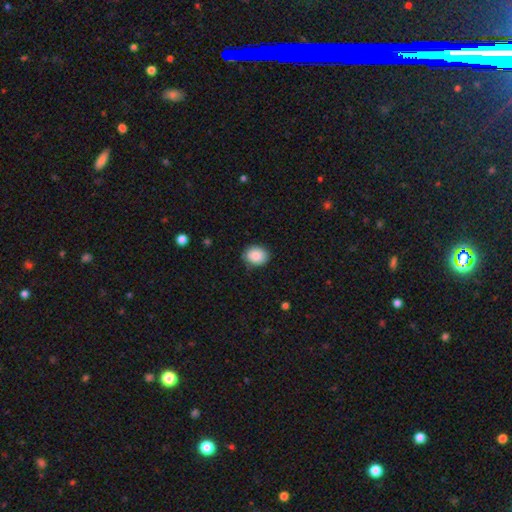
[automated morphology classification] type=smooth (88%); roundness=round (53%); merging=none (82%).